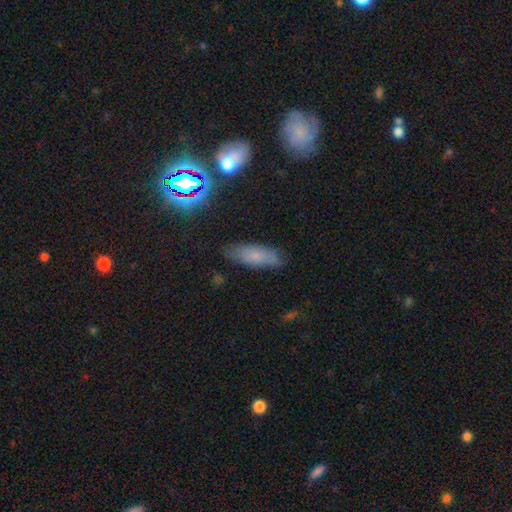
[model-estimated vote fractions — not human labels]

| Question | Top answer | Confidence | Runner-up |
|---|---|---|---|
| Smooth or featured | smooth | 67% | featured or disk (19%) |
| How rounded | in between | 67% | cigar-shaped (30%) |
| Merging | none | 77% | minor disturbance (17%) |